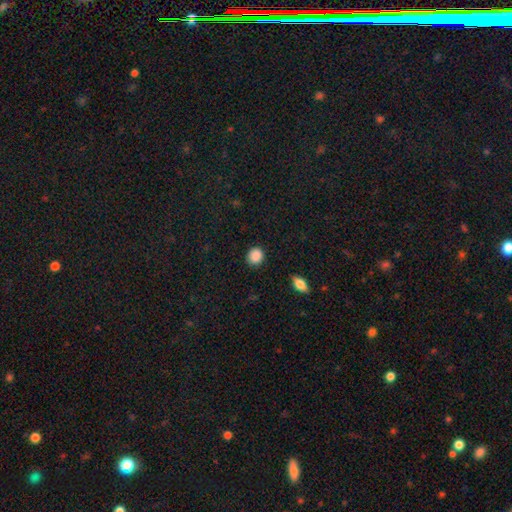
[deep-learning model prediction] The model was most divided on "how rounded": round: 83%, in between: 16%, cigar-shaped: 1%. More confident: merging — none (89%); smooth or featured — smooth (89%).